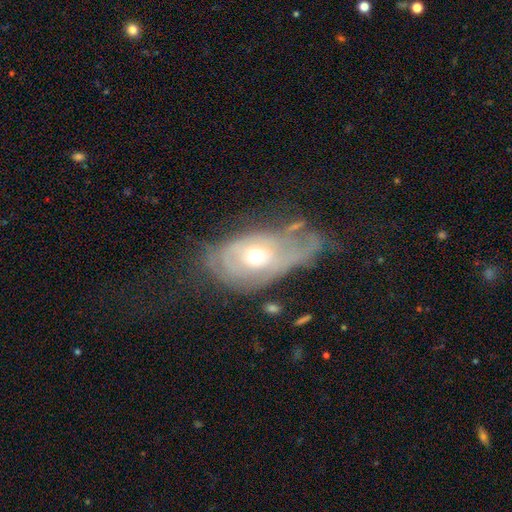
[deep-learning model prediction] Overall: featured or disk (61%; smooth 31%). Edge-on disk: no (92%). Bar: no (82%). Spiral arms: no (50%, tied with yes). Bulge size: moderate (67%). Merging: major disturbance (45%; minor disturbance 25%).